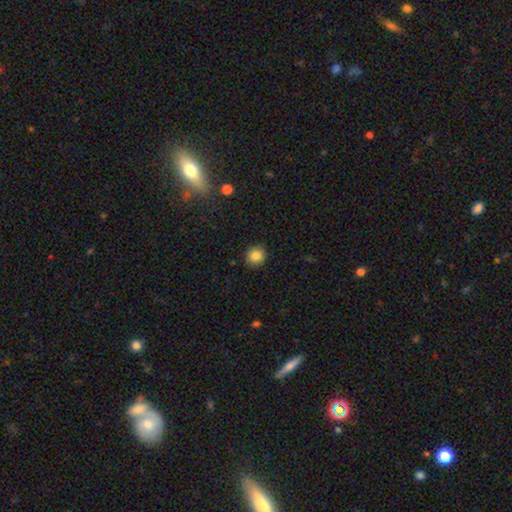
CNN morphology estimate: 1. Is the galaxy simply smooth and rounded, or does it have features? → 85% smooth, 10% star or artifact, 5% featured or disk.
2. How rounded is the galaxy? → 88% round, 11% in between, 1% cigar-shaped.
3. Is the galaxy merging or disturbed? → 89% none, 8% minor disturbance, 2% major disturbance, 1% merger.